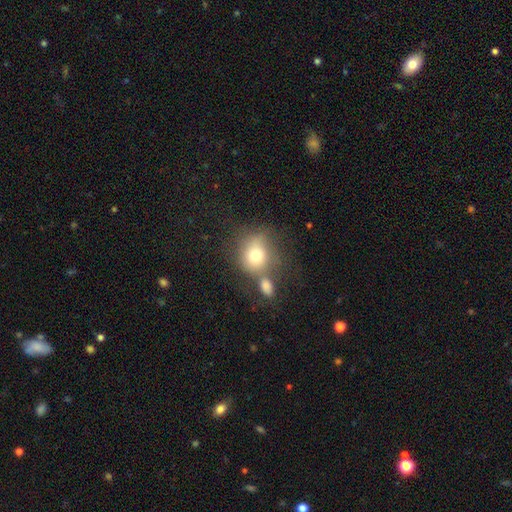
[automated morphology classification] Smooth or featured: smooth — 73% (featured or disk — 17%)
How rounded: round — 68% (in between — 30%)
Merging: none — 41% (merger — 32%)